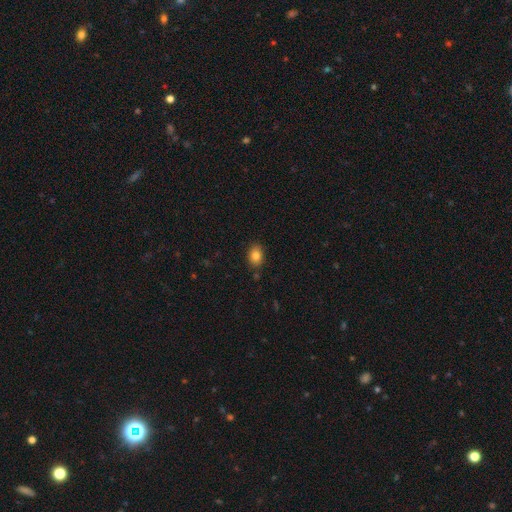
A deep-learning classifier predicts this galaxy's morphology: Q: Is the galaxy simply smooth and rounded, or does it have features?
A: smooth — 83%.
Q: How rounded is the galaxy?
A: in between — 70%.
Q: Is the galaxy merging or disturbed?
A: none — 86%.